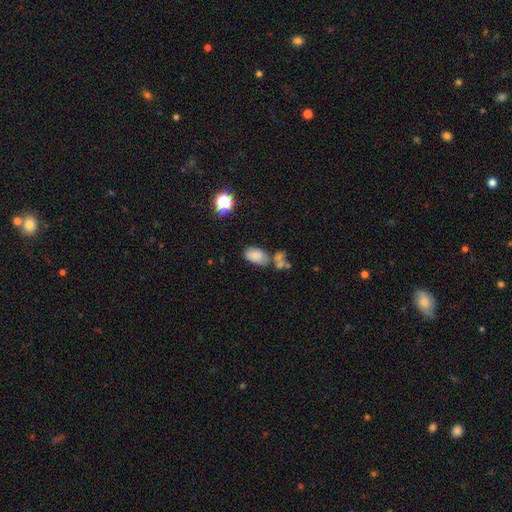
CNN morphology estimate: smooth 80%, star or artifact 11%, featured or disk 9%. Down the decision tree: how rounded — in between (93%); merging — none (48%).